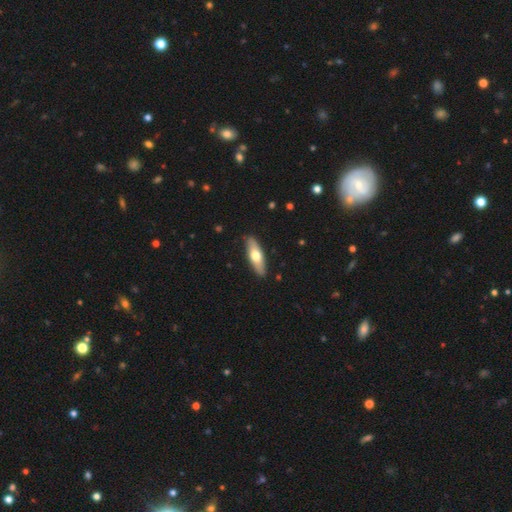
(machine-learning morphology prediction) Q: Smooth or featured?
A: smooth (59%); runner-up: featured or disk (36%)
Q: How rounded?
A: cigar-shaped (49%); runner-up: in between (48%)
Q: Merging?
A: none (89%); runner-up: minor disturbance (9%)